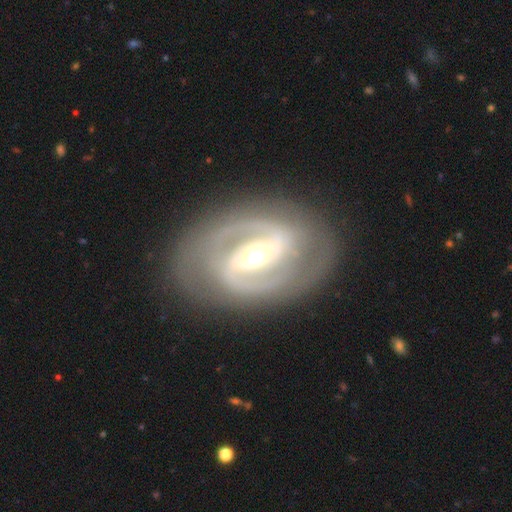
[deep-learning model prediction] featured or disk 89%, smooth 6%, star or artifact 4%. Down the decision tree: edge-on disk — no (97%); bar — strong (54%); spiral arms — yes (93%); spiral arm count — 2 (85%); spiral winding — tight (51%); bulge size — moderate (68%); merging — none (83%).